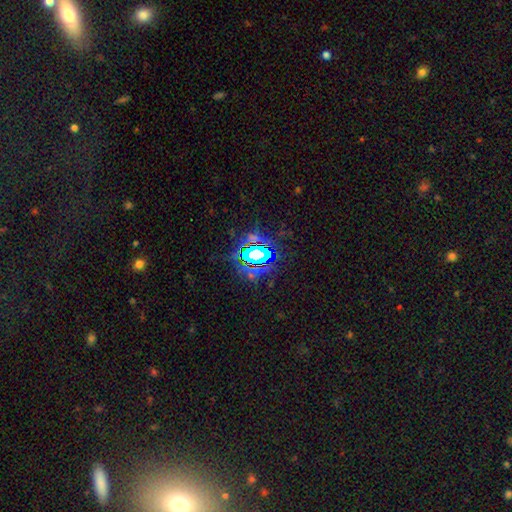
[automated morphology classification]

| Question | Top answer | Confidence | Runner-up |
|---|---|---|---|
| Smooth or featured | star or artifact | 70% | smooth (15%) |